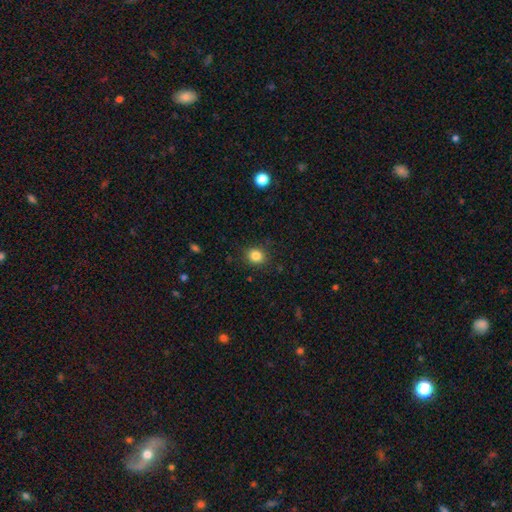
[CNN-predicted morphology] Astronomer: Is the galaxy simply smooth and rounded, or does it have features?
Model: smooth — 84%.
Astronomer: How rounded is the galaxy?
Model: round — 76%.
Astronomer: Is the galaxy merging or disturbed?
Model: none — 88%.